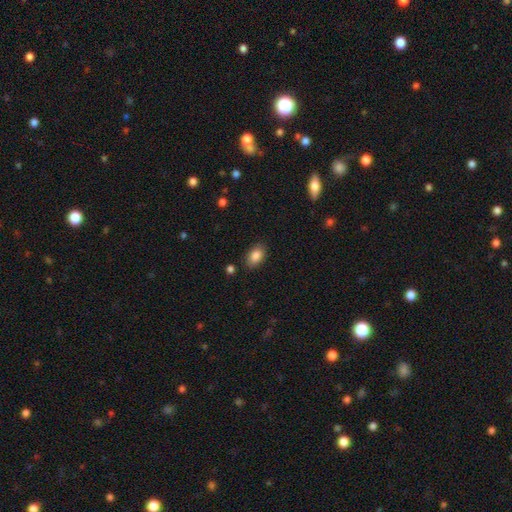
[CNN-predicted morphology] smooth 86%, star or artifact 8%, featured or disk 6%. Down the decision tree: how rounded — in between (89%); merging — none (85%).